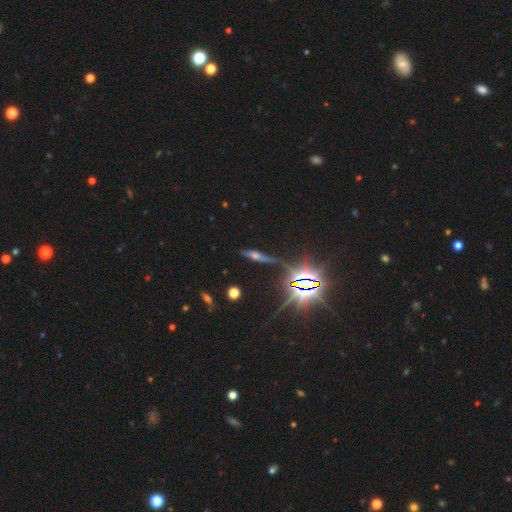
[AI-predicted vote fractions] Morphology: type=featured or disk (46%); merging=none (75%).